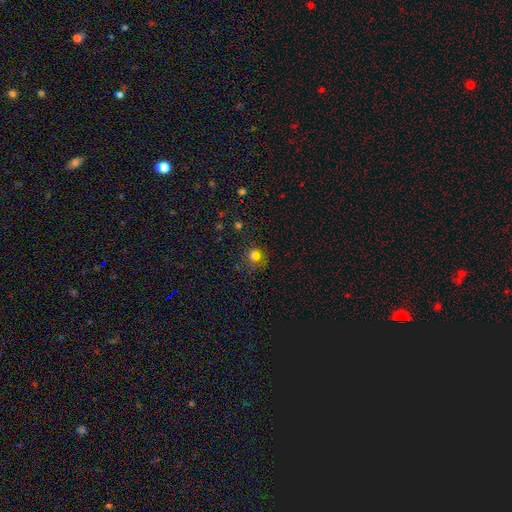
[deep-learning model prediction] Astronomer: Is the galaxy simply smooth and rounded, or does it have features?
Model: smooth — 75%.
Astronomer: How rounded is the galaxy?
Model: round — 88%.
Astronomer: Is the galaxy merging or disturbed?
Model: none — 73%.